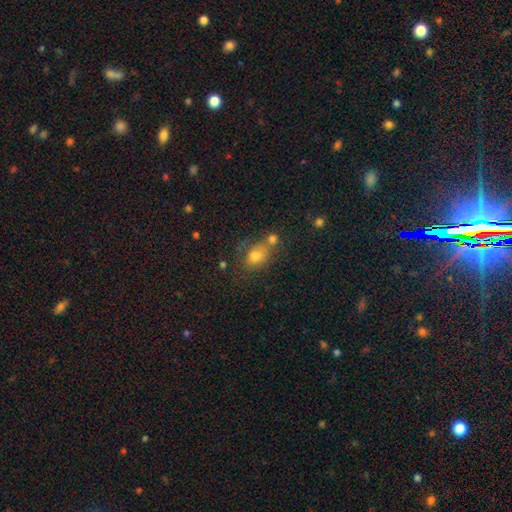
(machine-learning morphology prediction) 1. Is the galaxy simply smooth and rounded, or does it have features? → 71% smooth, 15% star or artifact, 14% featured or disk.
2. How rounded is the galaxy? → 66% in between, 31% round, 2% cigar-shaped.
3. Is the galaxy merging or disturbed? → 43% none, 31% merger, 17% minor disturbance, 9% major disturbance.